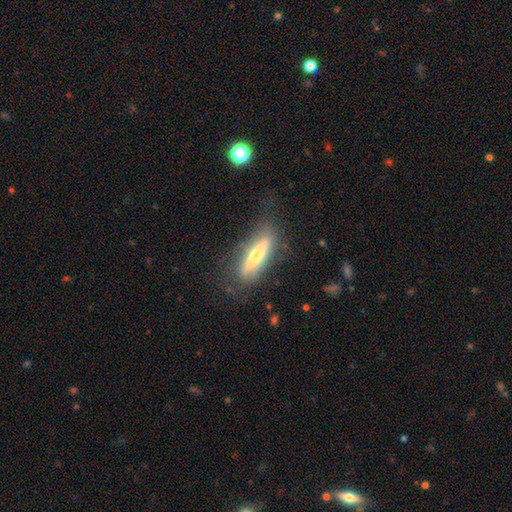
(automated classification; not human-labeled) Smooth or featured?
  - featured or disk: 50% *
  - smooth: 43%
  - star or artifact: 7%
Edge-on disk?
  - yes: 69% *
  - no: 31%
Merging?
  - none: 70% *
  - minor disturbance: 20%
  - major disturbance: 8%
  - merger: 2%